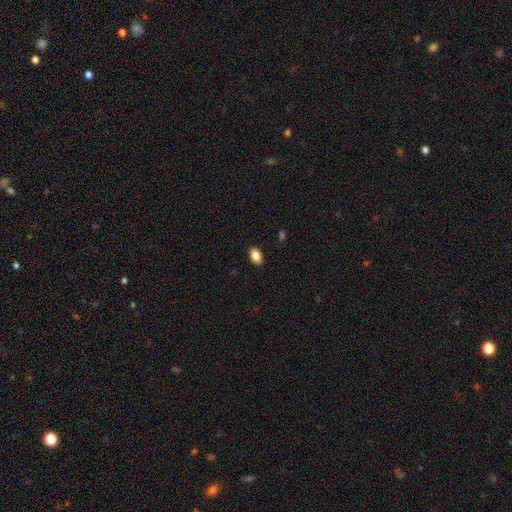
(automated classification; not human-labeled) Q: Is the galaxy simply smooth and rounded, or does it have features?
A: smooth — 86%.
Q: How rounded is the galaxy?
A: in between — 90%.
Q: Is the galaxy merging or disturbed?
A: none — 89%.